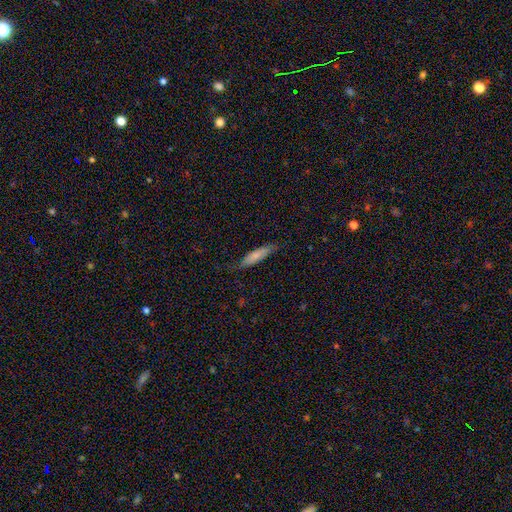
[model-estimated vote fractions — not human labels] Q: Smooth or featured?
A: smooth (74%); runner-up: featured or disk (20%)
Q: How rounded?
A: cigar-shaped (76%); runner-up: in between (22%)
Q: Merging?
A: none (76%); runner-up: minor disturbance (19%)